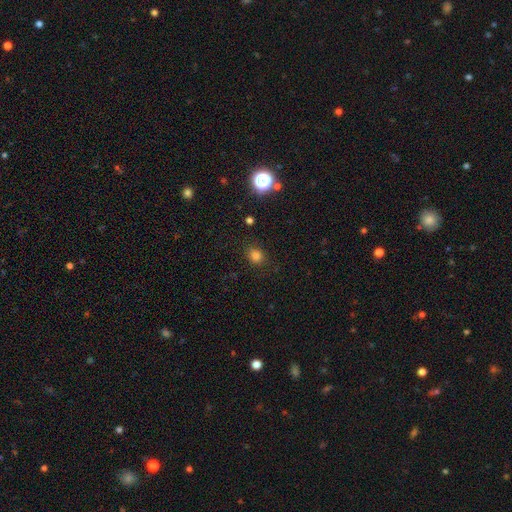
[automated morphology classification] type=smooth (79%); roundness=round (68%); merging=none (85%).